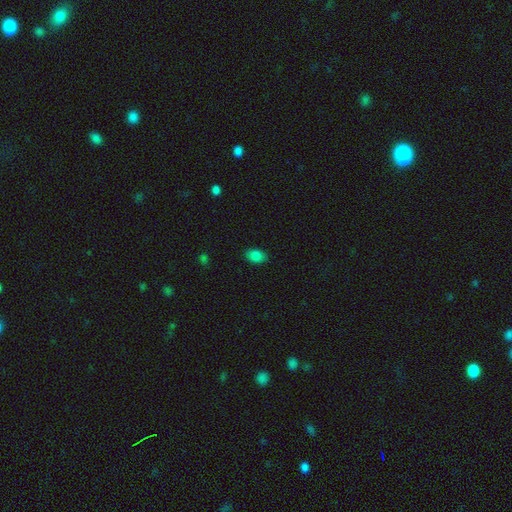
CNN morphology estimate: smooth-or-featured: smooth: 83% | star or artifact: 10% | featured or disk: 6%
  how-rounded: in between: 82% | round: 17% | cigar-shaped: 1%
  merging: none: 87% | minor disturbance: 10% | major disturbance: 2% | merger: 1%